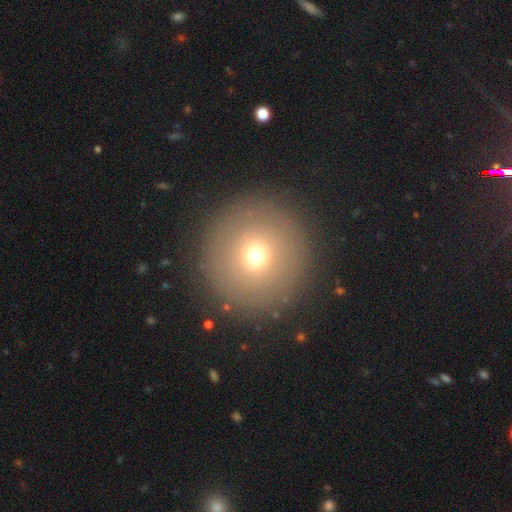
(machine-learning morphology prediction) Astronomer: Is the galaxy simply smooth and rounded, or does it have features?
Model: smooth — 68%.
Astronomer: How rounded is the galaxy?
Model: round — 96%.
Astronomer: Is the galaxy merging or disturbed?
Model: none — 89%.